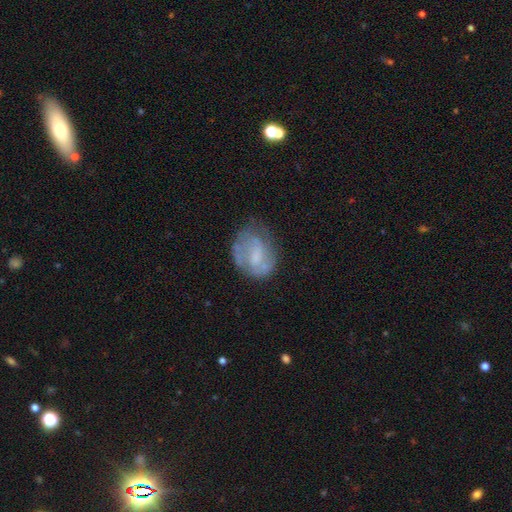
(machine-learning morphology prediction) A featured or disk galaxy (52%) with no bar (50%), spiral arms (52%) and no central bulge (33%).

Vote fractions:
- Smooth or featured? featured or disk: 52% / smooth: 39% / star or artifact: 9%
- Edge-on disk? no: 97% / yes: 3%
- Bar? no: 50% / weak: 40% / strong: 10%
- Spiral arms? yes: 52% / no: 48%
- Bulge size? none: 33% / small: 31% / moderate: 30% / large: 5% / dominant: 1%
- Merging? none: 50% / minor disturbance: 28% / major disturbance: 19% / merger: 3%